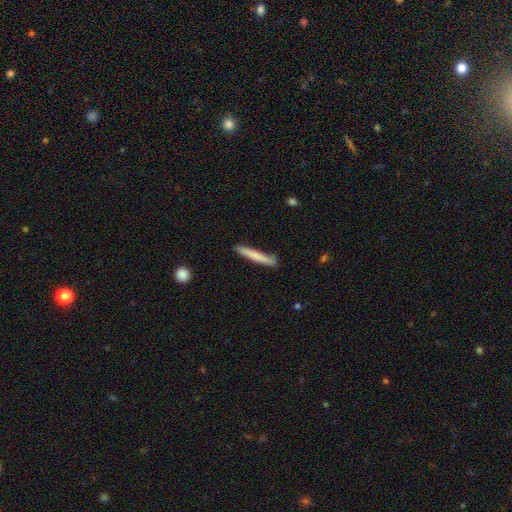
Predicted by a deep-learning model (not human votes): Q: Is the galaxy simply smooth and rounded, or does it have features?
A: smooth — 72%.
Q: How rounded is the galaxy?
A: cigar-shaped — 96%.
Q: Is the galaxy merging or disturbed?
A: none — 86%.